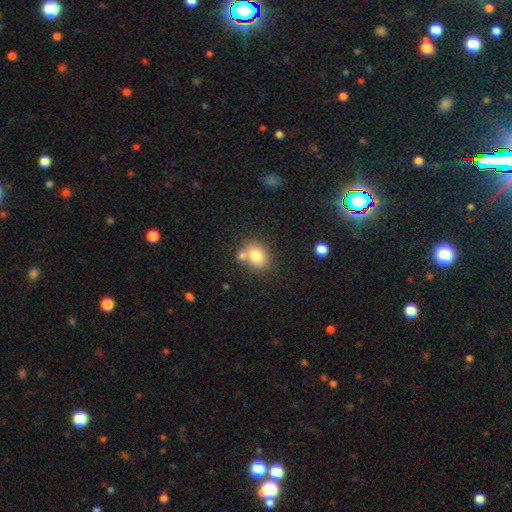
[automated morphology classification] smooth 79%, featured or disk 11%, star or artifact 10%. Down the decision tree: how rounded — round (52%); merging — none (54%).